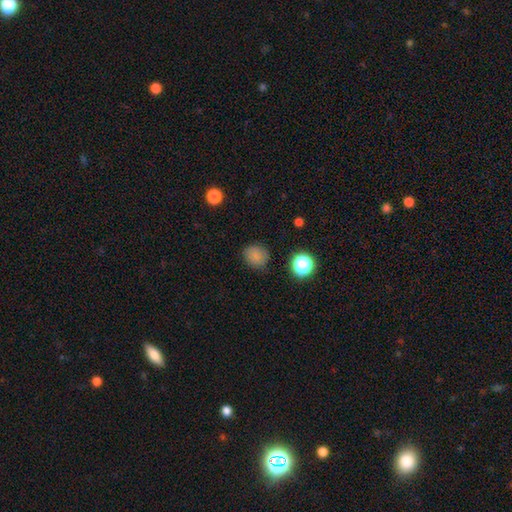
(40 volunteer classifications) Smooth or featured: smooth — 82% (star or artifact — 12%)
How rounded: round — 91% (in between — 9%)
Merging: none — 86% (minor disturbance — 6%)